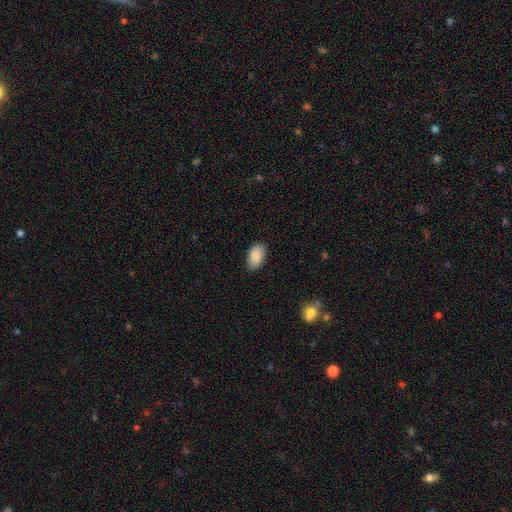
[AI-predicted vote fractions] The model was most divided on "merging": none: 86%, minor disturbance: 11%, major disturbance: 2%, merger: 1%. More confident: how rounded — in between (94%); smooth or featured — smooth (89%).